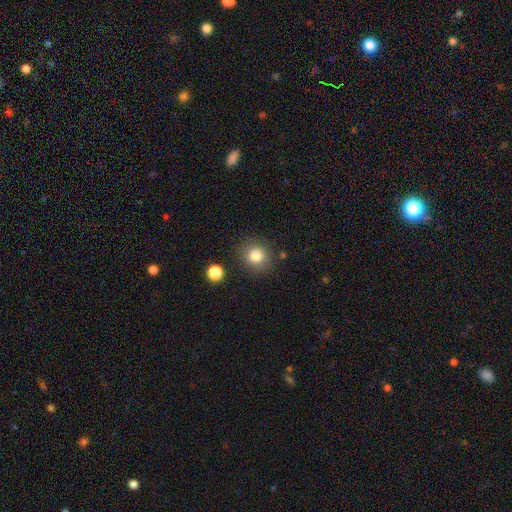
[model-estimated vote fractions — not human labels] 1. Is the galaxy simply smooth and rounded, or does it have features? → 82% smooth, 11% star or artifact, 7% featured or disk.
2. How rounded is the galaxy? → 88% round, 11% in between, 1% cigar-shaped.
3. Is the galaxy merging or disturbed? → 85% none, 8% minor disturbance, 3% merger, 3% major disturbance.